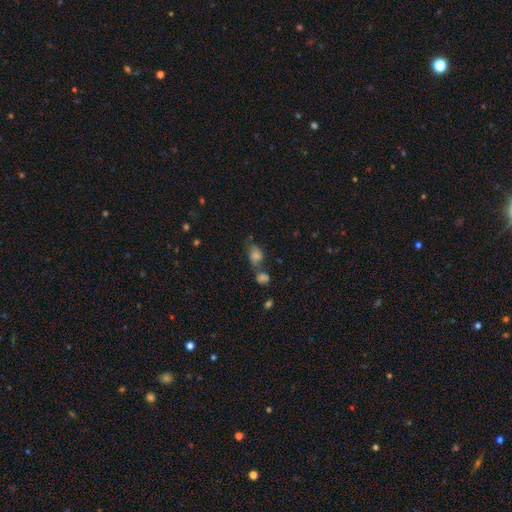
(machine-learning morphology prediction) A smooth galaxy with no disk features (60%) that is in between round and cigar-shaped (69%). Merging: none (41%).